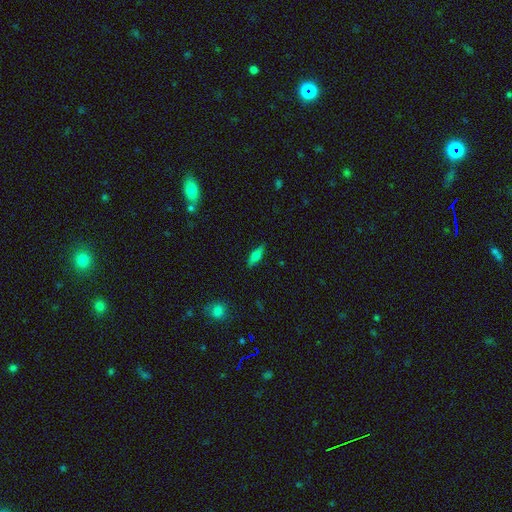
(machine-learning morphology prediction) type=smooth (55%); roundness=cigar-shaped (50%); merging=none (85%).